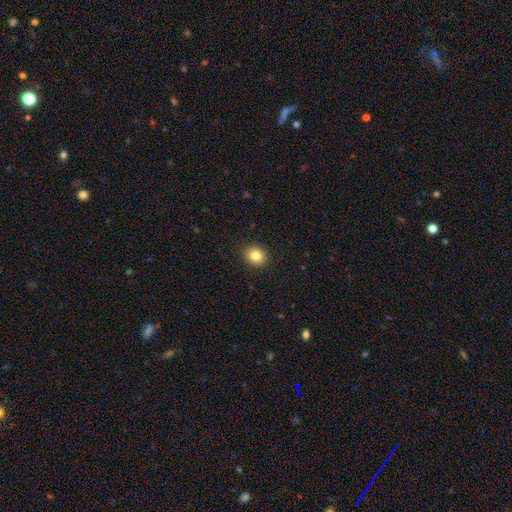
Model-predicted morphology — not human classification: smooth-or-featured: smooth: 82% | star or artifact: 11% | featured or disk: 7%
  how-rounded: round: 75% | in between: 24% | cigar-shaped: 1%
  merging: none: 91% | minor disturbance: 6% | major disturbance: 2% | merger: 1%